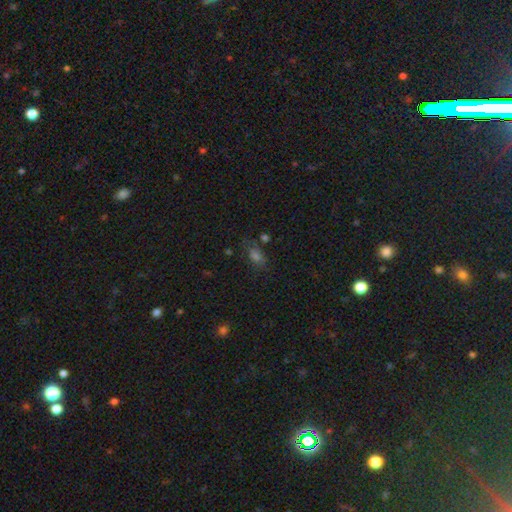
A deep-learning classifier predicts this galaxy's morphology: Q: Smooth or featured?
A: smooth (53%); runner-up: star or artifact (32%)
Q: How rounded?
A: in between (74%); runner-up: round (18%)
Q: Merging?
A: none (68%); runner-up: minor disturbance (17%)